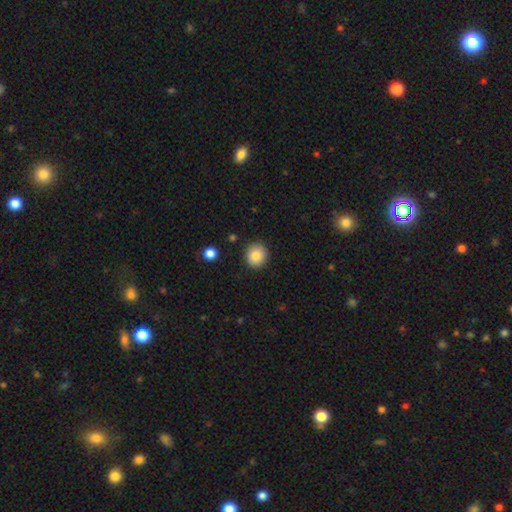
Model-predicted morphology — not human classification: This is clearly a smooth galaxy (86%). How rounded: clearly round (87%). Merging: clearly none (89%).